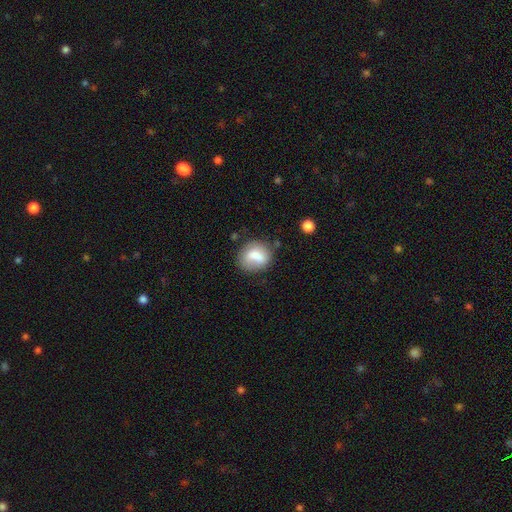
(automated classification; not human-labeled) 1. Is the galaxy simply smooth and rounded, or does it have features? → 73% smooth, 19% featured or disk, 8% star or artifact.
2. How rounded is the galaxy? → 64% round, 35% in between, 2% cigar-shaped.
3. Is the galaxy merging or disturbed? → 60% none, 22% minor disturbance, 9% merger, 8% major disturbance.